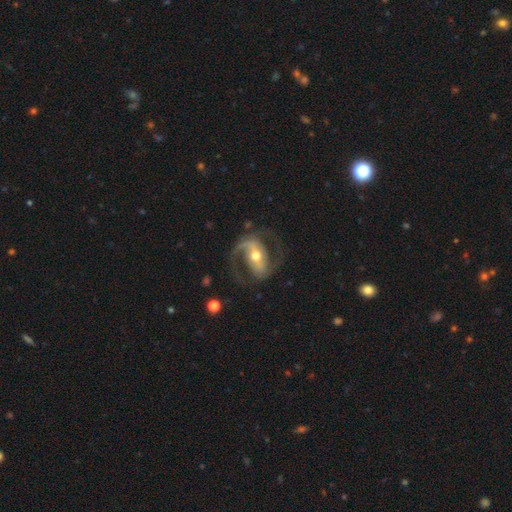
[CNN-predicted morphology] The model was most divided on "bar": strong: 46%, weak: 34%, no: 19%. More confident: edge-on disk — no (97%); spiral arms — yes (96%); smooth or featured — featured or disk (89%); spiral arm count — 2 (89%); merging — none (73%); bulge size — moderate (68%); spiral winding — medium (56%).